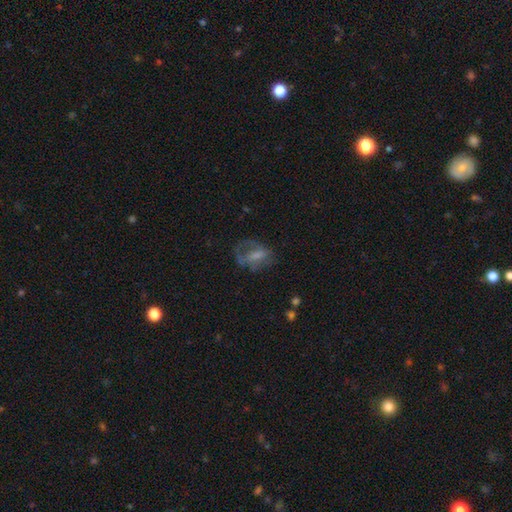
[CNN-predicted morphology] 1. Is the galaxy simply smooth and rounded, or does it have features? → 45% featured or disk, 44% smooth, 11% star or artifact.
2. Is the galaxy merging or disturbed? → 39% none, 36% major disturbance, 23% minor disturbance, 2% merger.